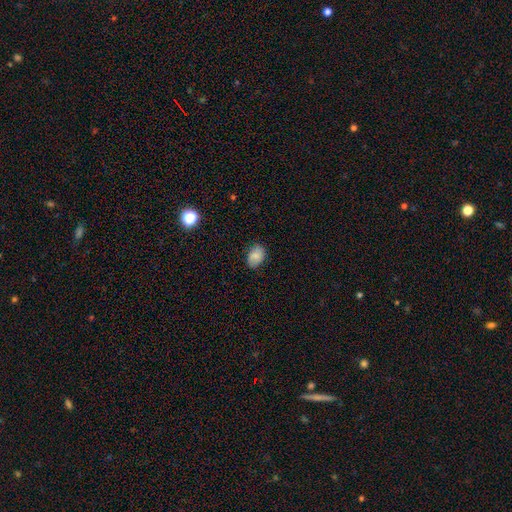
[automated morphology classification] Q: Smooth or featured?
A: smooth (81%); runner-up: featured or disk (10%)
Q: How rounded?
A: in between (78%); runner-up: round (21%)
Q: Merging?
A: none (75%); runner-up: minor disturbance (20%)